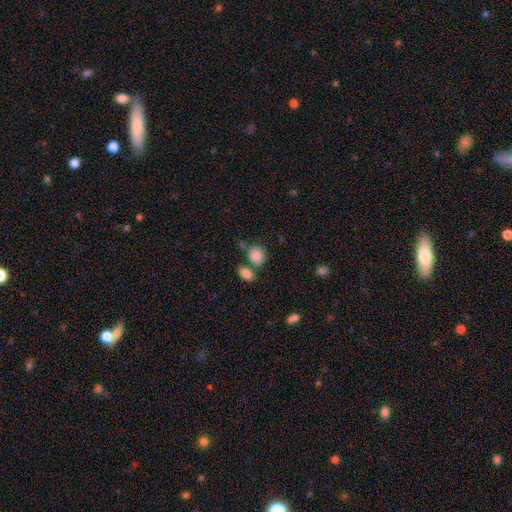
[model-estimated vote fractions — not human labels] Smooth or featured?
  - smooth: 86% *
  - star or artifact: 8%
  - featured or disk: 6%
How rounded?
  - round: 58% *
  - in between: 41%
  - cigar-shaped: 1%
Merging?
  - none: 51% *
  - merger: 30%
  - minor disturbance: 14%
  - major disturbance: 6%